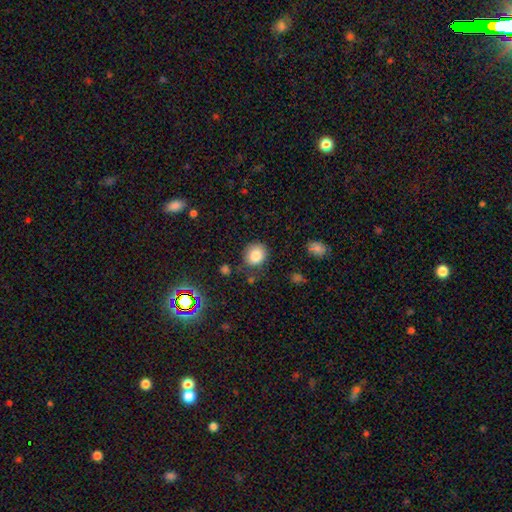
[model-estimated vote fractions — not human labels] This is clearly a smooth galaxy (84%). How rounded: likely round (74%). Merging: likely none (78%).